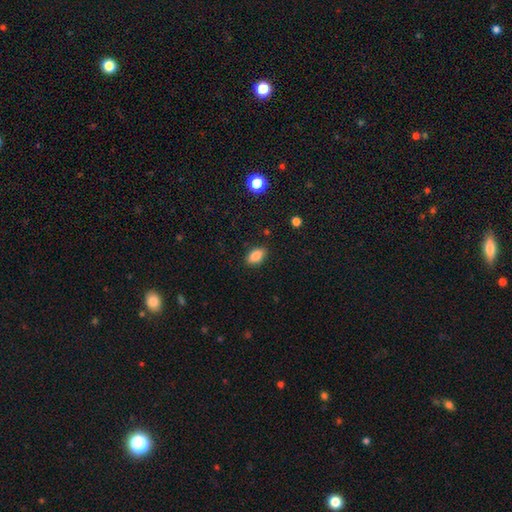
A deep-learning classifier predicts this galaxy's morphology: This is clearly a smooth galaxy (85%). How rounded: clearly in between (88%). Merging: clearly none (87%).